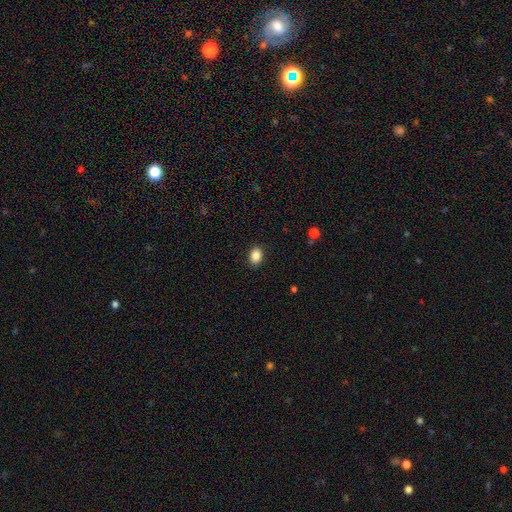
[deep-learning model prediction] The model was most divided on "how rounded": in between: 65%, round: 34%, cigar-shaped: 1%. More confident: merging — none (90%); smooth or featured — smooth (87%).